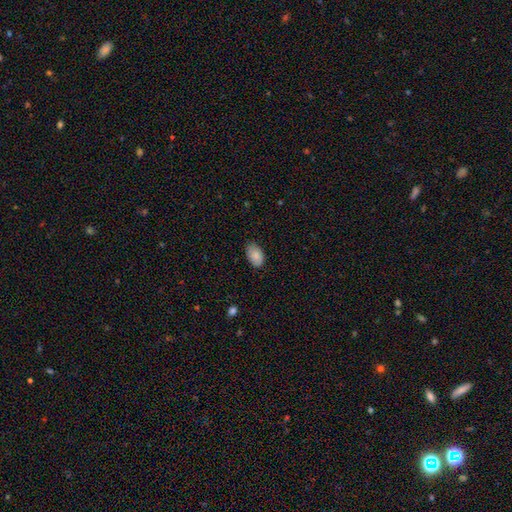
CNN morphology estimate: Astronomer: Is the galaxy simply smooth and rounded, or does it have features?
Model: smooth — 87%.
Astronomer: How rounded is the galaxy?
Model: in between — 93%.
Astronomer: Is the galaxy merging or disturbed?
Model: none — 79%.